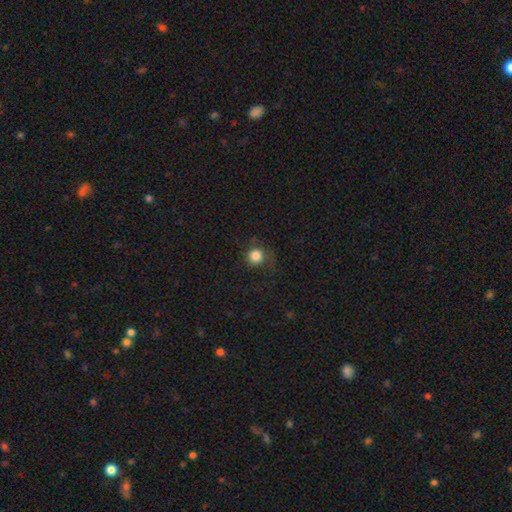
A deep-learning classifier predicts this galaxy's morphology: Smooth or featured: smooth — 83% (star or artifact — 11%)
How rounded: round — 92% (in between — 7%)
Merging: none — 70% (minor disturbance — 17%)